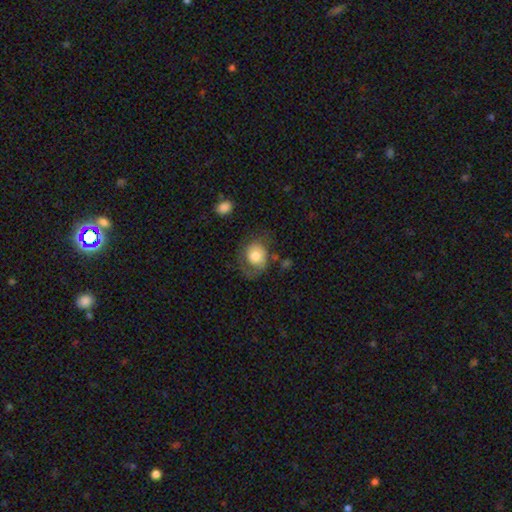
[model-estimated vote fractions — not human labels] smooth_or_featured: smooth (p=0.66) [alt: featured or disk p=0.27]
how_rounded: round (p=0.61) [alt: in between p=0.38]
merging: none (p=0.46) [alt: major disturbance p=0.26]